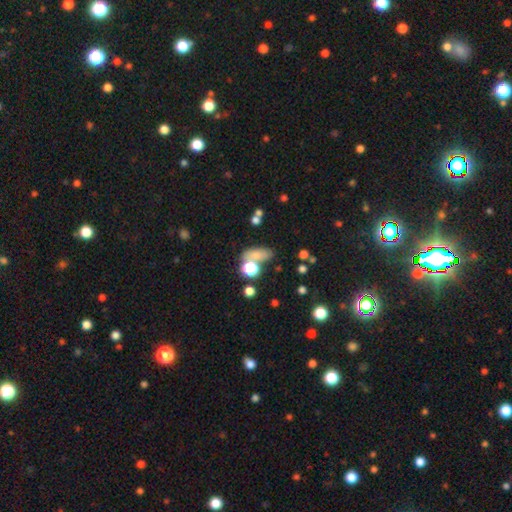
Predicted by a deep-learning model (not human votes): Smooth or featured?
  - smooth: 66% *
  - star or artifact: 21%
  - featured or disk: 13%
How rounded?
  - in between: 63% *
  - round: 24%
  - cigar-shaped: 13%
Merging?
  - none: 55% *
  - merger: 21%
  - minor disturbance: 15%
  - major disturbance: 9%